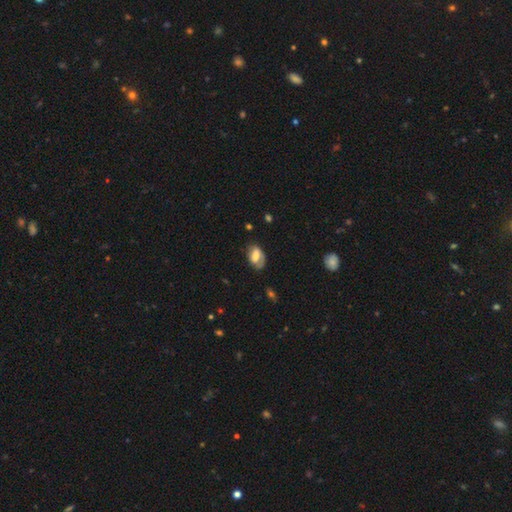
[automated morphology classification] A smooth galaxy with no disk features (56%) that is in between round and cigar-shaped (89%). Merging: none (56%).